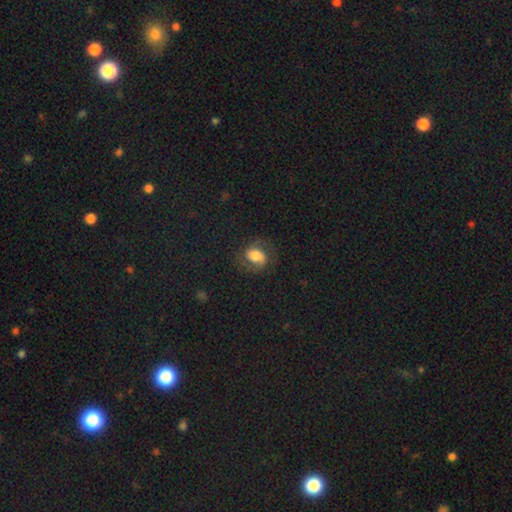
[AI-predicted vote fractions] This is possibly a smooth galaxy (46%). Merging: likely none (69%).